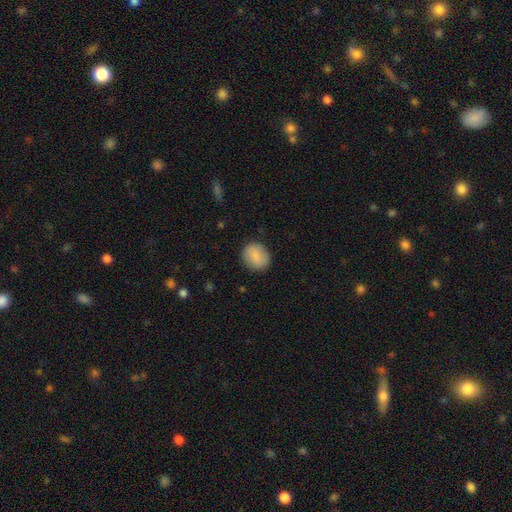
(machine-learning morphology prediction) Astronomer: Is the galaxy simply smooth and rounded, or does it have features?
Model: smooth — 86%.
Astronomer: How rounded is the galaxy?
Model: round — 66%.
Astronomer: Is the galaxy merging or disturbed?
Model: none — 87%.